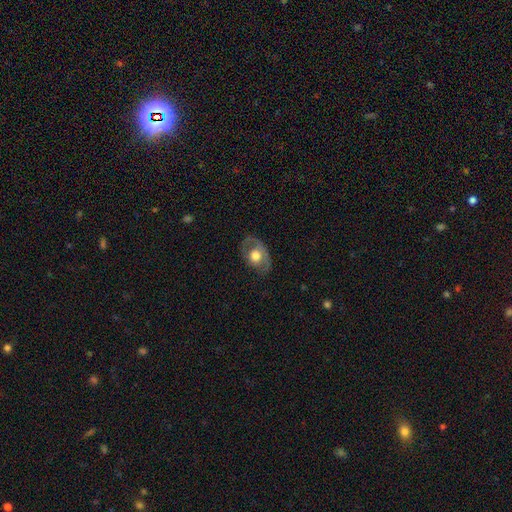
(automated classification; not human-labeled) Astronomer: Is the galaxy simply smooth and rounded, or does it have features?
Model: featured or disk — 50% (runner-up: smooth, 43%).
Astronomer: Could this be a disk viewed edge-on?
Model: no — 91%.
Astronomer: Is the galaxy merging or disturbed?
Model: none — 62%.